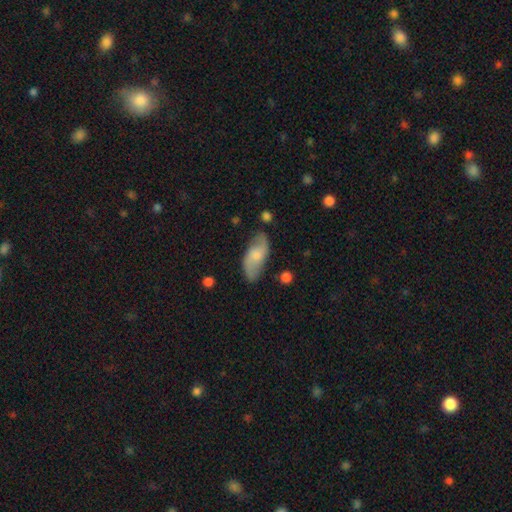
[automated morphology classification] type=featured or disk (49%); merging=none (75%).